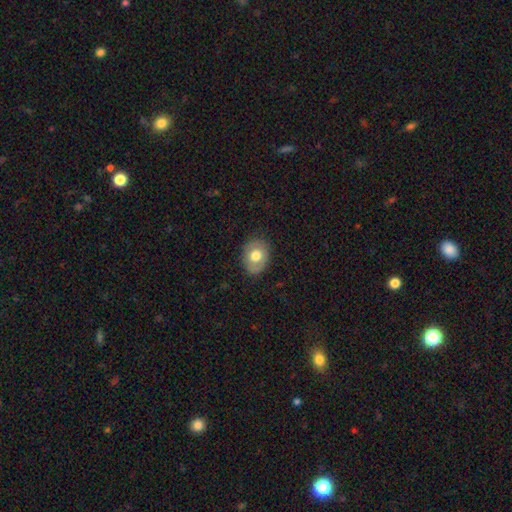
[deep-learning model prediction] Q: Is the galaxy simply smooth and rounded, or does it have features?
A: smooth — 67%.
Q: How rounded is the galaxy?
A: in between — 56%.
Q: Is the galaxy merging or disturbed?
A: none — 81%.